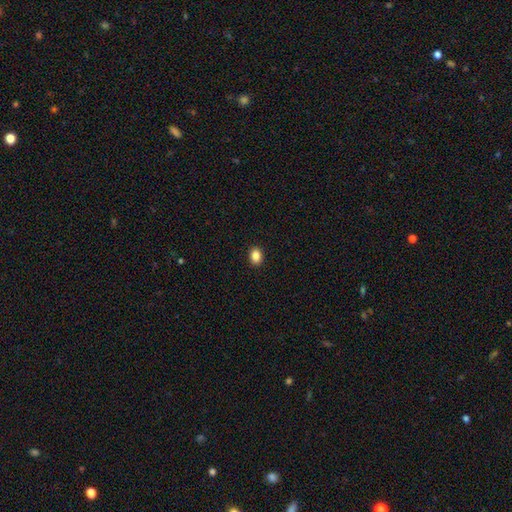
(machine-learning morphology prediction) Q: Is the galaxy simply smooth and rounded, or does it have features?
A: smooth — 87%.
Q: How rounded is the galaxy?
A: in between — 64%.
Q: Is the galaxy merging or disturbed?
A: none — 91%.